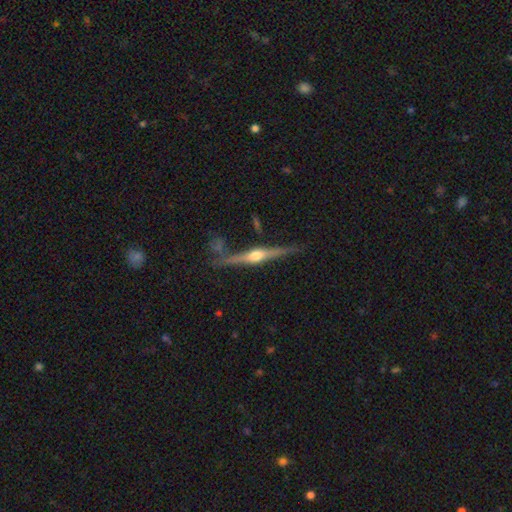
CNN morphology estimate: Smooth or featured? featured or disk (81%)
Edge-on disk? yes (97%)
Edge-on bulge? rounded (93%)
Merging? none (80%)